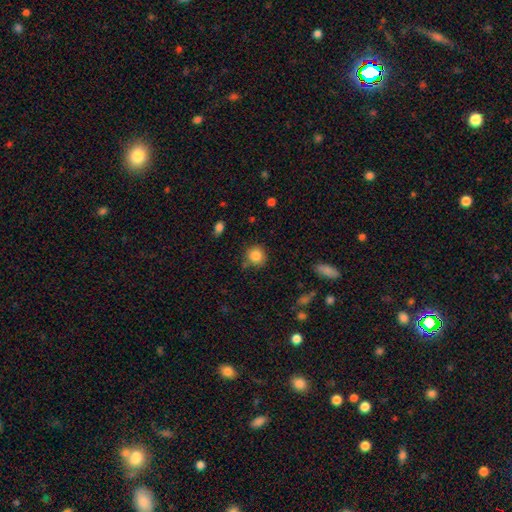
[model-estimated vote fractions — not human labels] Morphology: type=smooth (85%); roundness=round (89%); merging=none (81%).